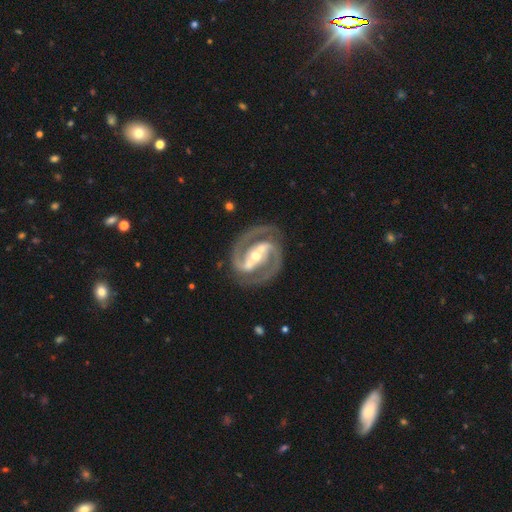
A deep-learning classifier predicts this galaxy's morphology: smooth-or-featured: featured or disk: 93% | star or artifact: 4% | smooth: 3%
  disk-edge-on: no: 97% | yes: 3%
    bar: strong: 77% | weak: 16% | no: 7%
    has-spiral-arms: yes: 98% | no: 2%
      spiral-winding: medium: 51% | tight: 43% | loose: 6%
      spiral-arm-count: 2: 94% | 3: 1% | can't tell: 1% | 1: 1% | 4: 1% | more than 4: 1%
    bulge-size: moderate: 58% | small: 37% | large: 4% | none: 1% | dominant: 1%
  merging: none: 85% | minor disturbance: 10% | major disturbance: 4% | merger: 2%